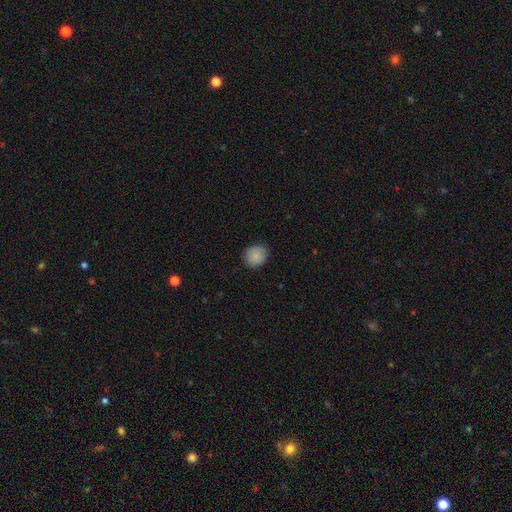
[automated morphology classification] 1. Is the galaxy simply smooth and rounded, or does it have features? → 88% smooth, 8% star or artifact, 4% featured or disk.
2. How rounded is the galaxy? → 77% round, 22% in between, 1% cigar-shaped.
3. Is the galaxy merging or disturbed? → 86% none, 11% minor disturbance, 2% major disturbance, 1% merger.